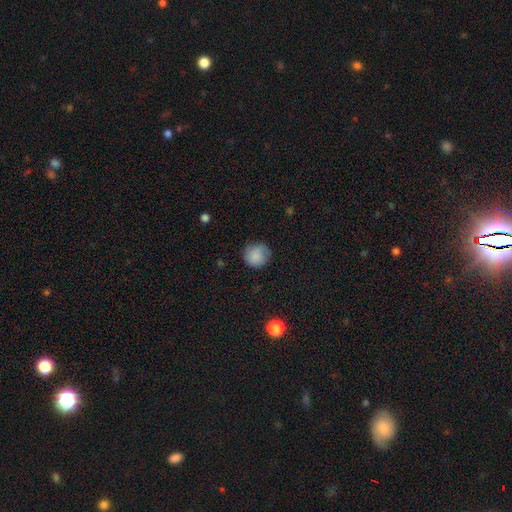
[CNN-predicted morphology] smooth_or_featured: smooth (p=0.84) [alt: star or artifact p=0.08]
how_rounded: round (p=0.91) [alt: in between p=0.09]
merging: none (p=0.78) [alt: minor disturbance p=0.17]